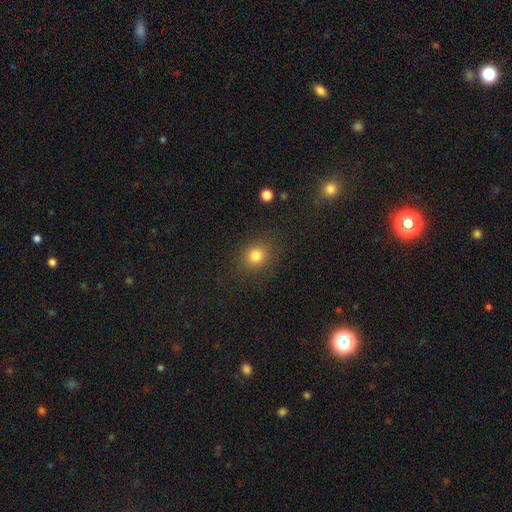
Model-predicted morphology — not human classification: Smooth or featured: smooth — 81% (star or artifact — 13%)
How rounded: round — 79% (in between — 20%)
Merging: none — 87% (minor disturbance — 9%)